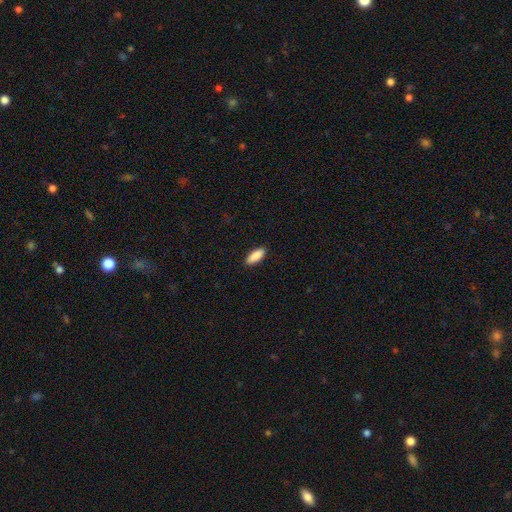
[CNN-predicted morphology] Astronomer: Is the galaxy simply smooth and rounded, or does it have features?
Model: smooth — 90%.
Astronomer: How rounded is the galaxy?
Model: in between — 78%.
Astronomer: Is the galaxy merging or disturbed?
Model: none — 89%.